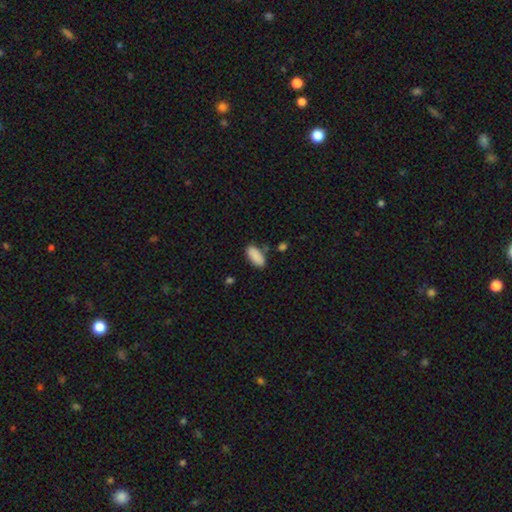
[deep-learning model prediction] Smooth or featured? smooth (89%)
How rounded? in between (89%)
Merging? none (77%)